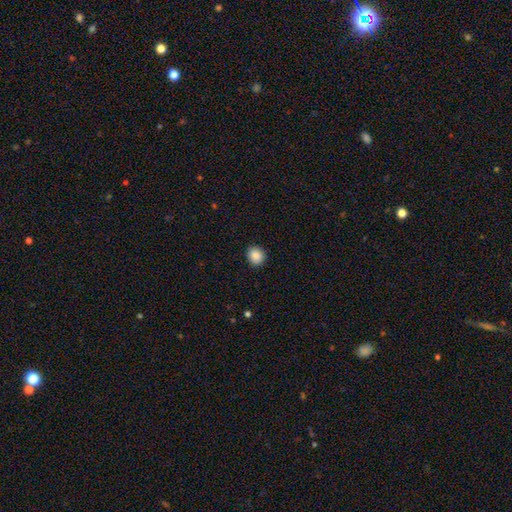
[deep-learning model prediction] A smooth galaxy with no disk features (88%) that is round (82%).

Vote fractions:
- Smooth or featured? smooth: 88% / star or artifact: 9% / featured or disk: 3%
- How rounded? round: 82% / in between: 17% / cigar-shaped: 1%
- Merging? none: 91% / minor disturbance: 7% / major disturbance: 2% / merger: 1%